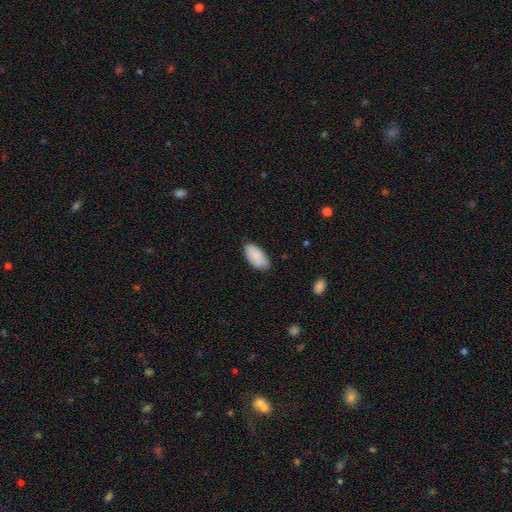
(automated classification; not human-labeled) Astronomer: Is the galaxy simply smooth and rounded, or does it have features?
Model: smooth — 87%.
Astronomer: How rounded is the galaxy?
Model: in between — 93%.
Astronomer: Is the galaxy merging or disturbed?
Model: none — 76%.